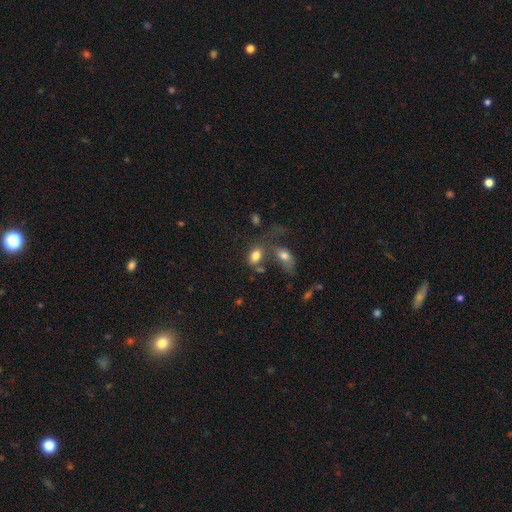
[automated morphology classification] A smooth galaxy with no disk features (79%) that is in between round and cigar-shaped (86%).

Vote fractions:
- Smooth or featured? smooth: 79% / featured or disk: 12% / star or artifact: 10%
- How rounded? in between: 86% / round: 12% / cigar-shaped: 2%
- Merging? none: 39% / merger: 37% / minor disturbance: 13% / major disturbance: 11%